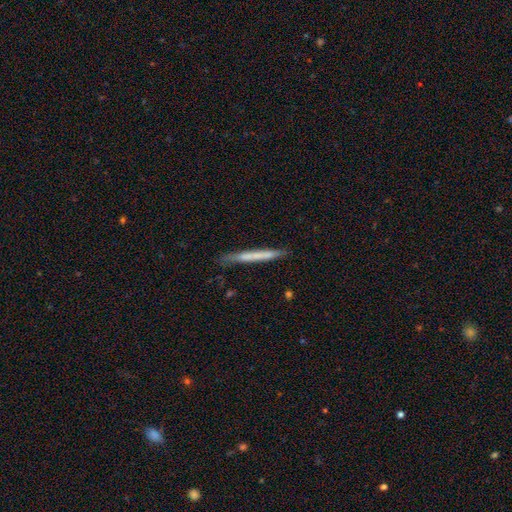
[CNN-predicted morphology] Smooth or featured: smooth — 58% (featured or disk — 36%)
How rounded: cigar-shaped — 97% (in between — 2%)
Merging: none — 83% (minor disturbance — 13%)